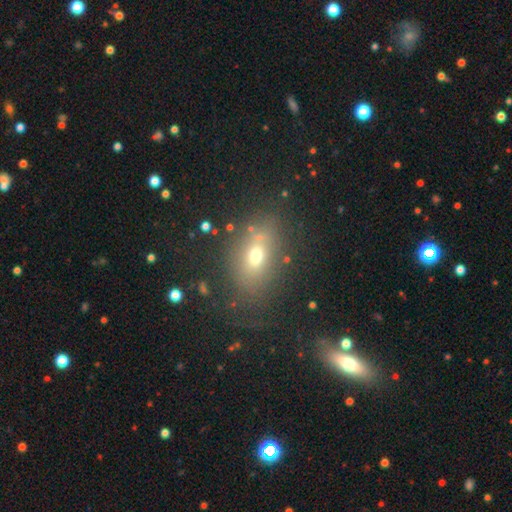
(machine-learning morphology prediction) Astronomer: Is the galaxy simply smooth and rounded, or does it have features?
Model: smooth — 64%.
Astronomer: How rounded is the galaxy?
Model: in between — 70%.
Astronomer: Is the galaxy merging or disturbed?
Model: none — 71%.